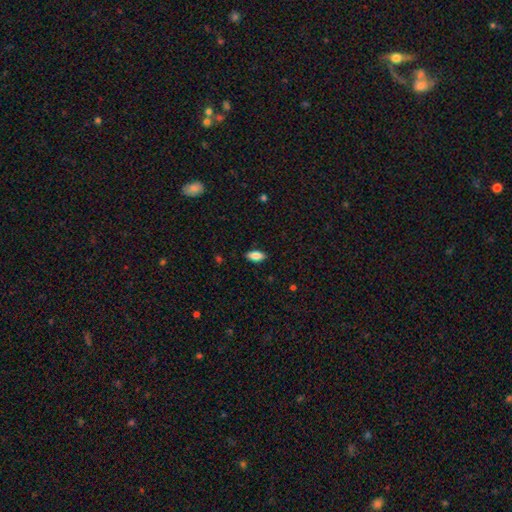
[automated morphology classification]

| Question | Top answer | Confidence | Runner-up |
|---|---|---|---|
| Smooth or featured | smooth | 85% | featured or disk (8%) |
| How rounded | in between | 88% | cigar-shaped (9%) |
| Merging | none | 88% | minor disturbance (9%) |